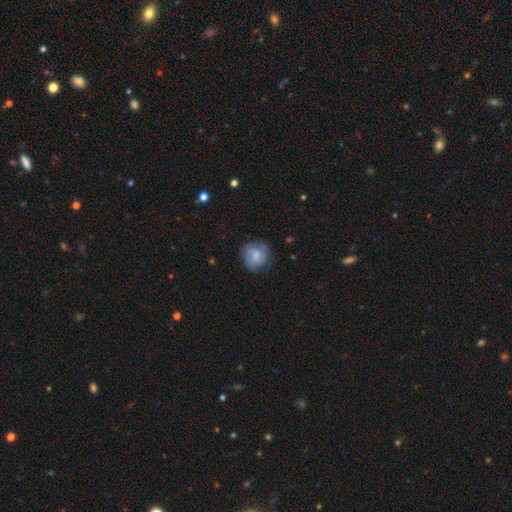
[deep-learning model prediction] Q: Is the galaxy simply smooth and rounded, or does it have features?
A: smooth — 62%.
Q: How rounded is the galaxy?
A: round — 83%.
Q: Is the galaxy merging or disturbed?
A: none — 70%.